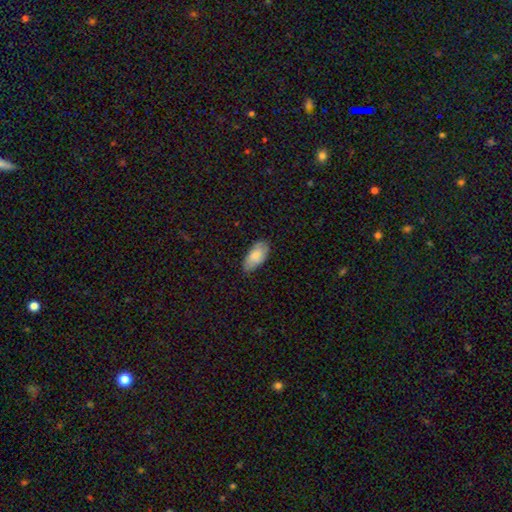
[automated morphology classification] The model was most divided on "merging": none: 77%, minor disturbance: 19%, major disturbance: 3%, merger: 1%. More confident: how rounded — in between (93%); smooth or featured — smooth (78%).